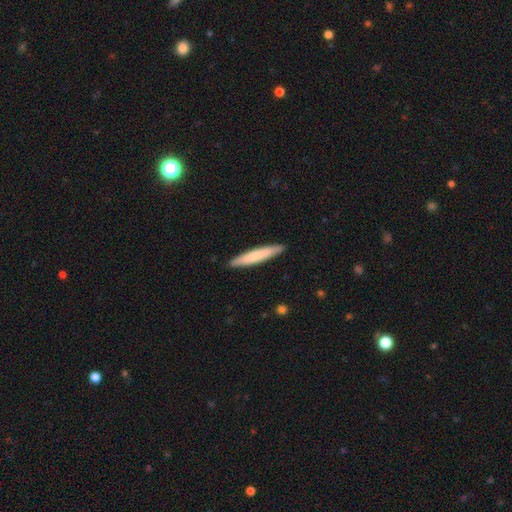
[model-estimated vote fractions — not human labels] The model was most divided on "smooth or featured": smooth: 73%, featured or disk: 22%, star or artifact: 5%. More confident: how rounded — cigar-shaped (93%); merging — none (90%).